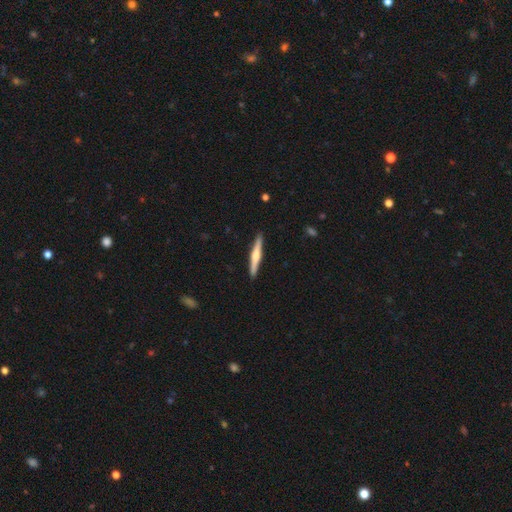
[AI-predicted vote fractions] A featured or disk galaxy (60%) viewed edge-on (98%) with a rounded central bulge (80%). Merging: none (91%).